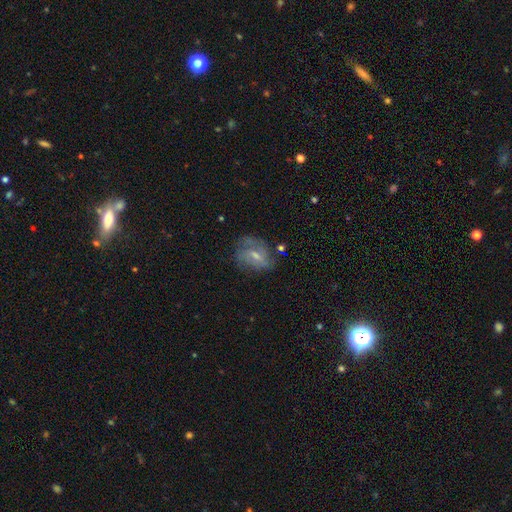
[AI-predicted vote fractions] A featured or disk galaxy (55%) with a weak bar (48%), spiral arms (72%) and a small central bulge (51%). Merging: none (64%).